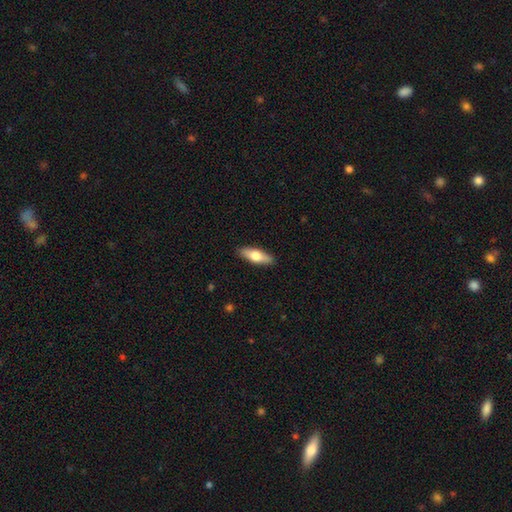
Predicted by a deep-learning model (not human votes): Smooth or featured: smooth — 62% (featured or disk — 32%)
How rounded: in between — 56% (cigar-shaped — 41%)
Merging: none — 89% (minor disturbance — 8%)